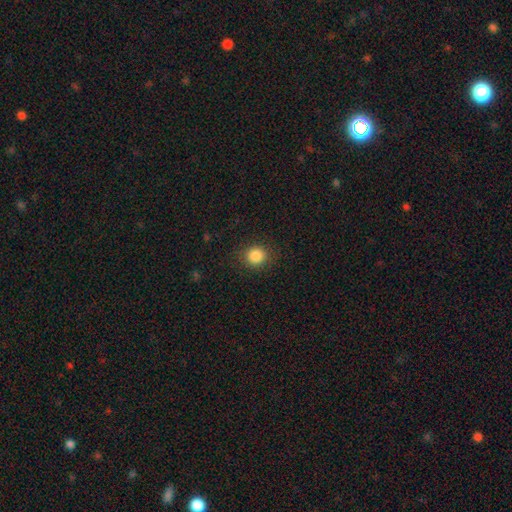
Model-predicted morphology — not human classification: This appears to be a smooth galaxy with no disk features (86%) that is round (85%). Merging: none (88%).